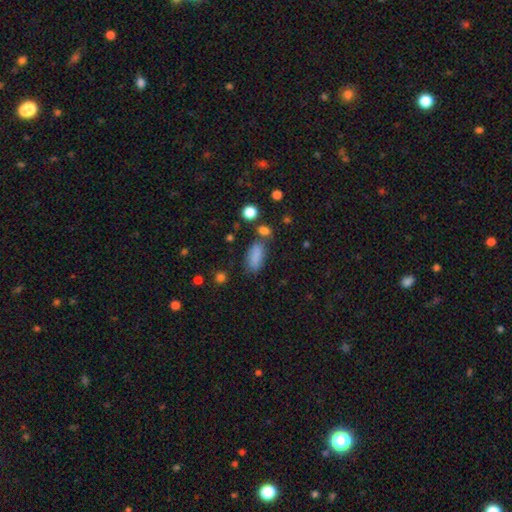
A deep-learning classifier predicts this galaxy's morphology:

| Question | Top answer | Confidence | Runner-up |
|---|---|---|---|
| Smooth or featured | smooth | 84% | star or artifact (9%) |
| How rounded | in between | 80% | cigar-shaped (16%) |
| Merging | none | 65% | minor disturbance (19%) |